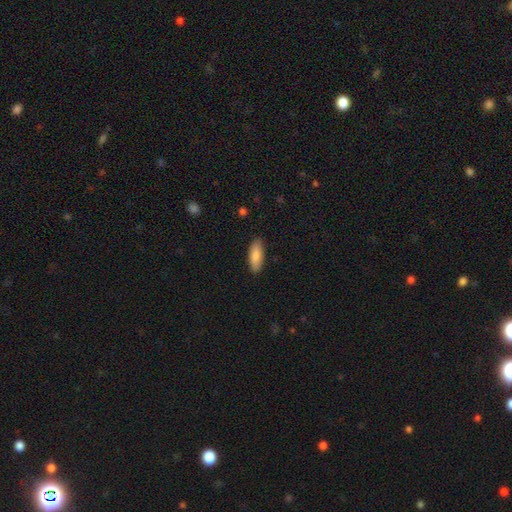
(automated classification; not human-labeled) Smooth or featured: smooth — 87% (featured or disk — 8%)
How rounded: in between — 68% (cigar-shaped — 30%)
Merging: none — 88% (minor disturbance — 9%)